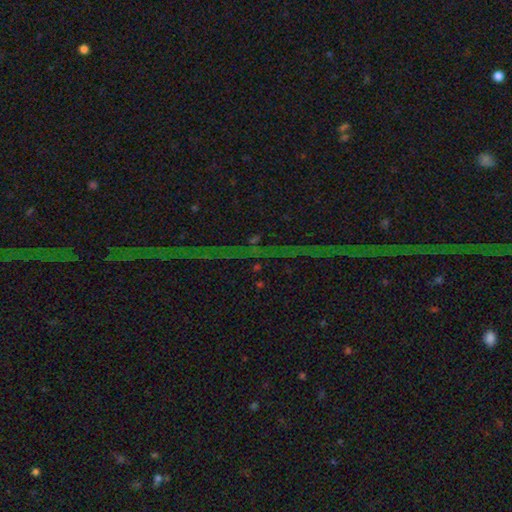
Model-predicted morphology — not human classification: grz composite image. It shows a star or artifact, not a galaxy (79%).